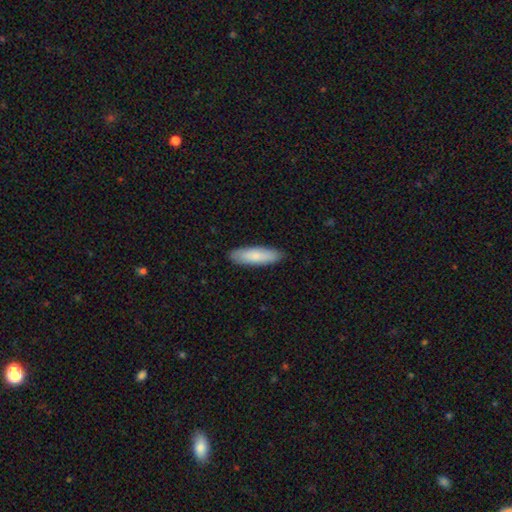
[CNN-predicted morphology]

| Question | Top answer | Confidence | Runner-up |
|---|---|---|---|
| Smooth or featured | smooth | 82% | featured or disk (13%) |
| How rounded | cigar-shaped | 56% | in between (43%) |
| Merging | none | 89% | minor disturbance (9%) |